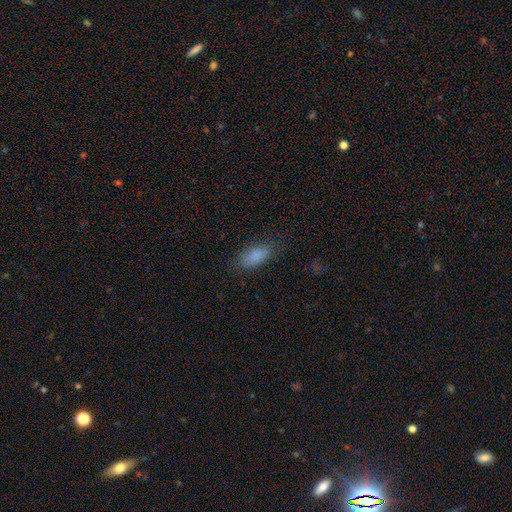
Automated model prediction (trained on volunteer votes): The model was most divided on "merging": none: 78%, minor disturbance: 16%, major disturbance: 5%, merger: 1%. More confident: how rounded — in between (87%); smooth or featured — smooth (86%).